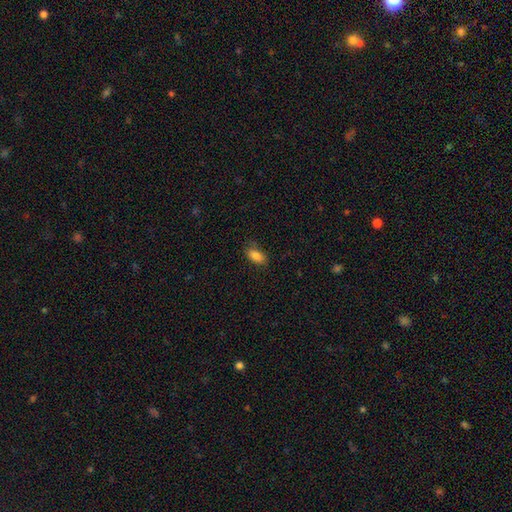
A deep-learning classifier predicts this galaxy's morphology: Smooth or featured?
  - smooth: 86% *
  - star or artifact: 9%
  - featured or disk: 5%
How rounded?
  - in between: 89% *
  - cigar-shaped: 6%
  - round: 5%
Merging?
  - none: 76% *
  - minor disturbance: 18%
  - major disturbance: 4%
  - merger: 1%